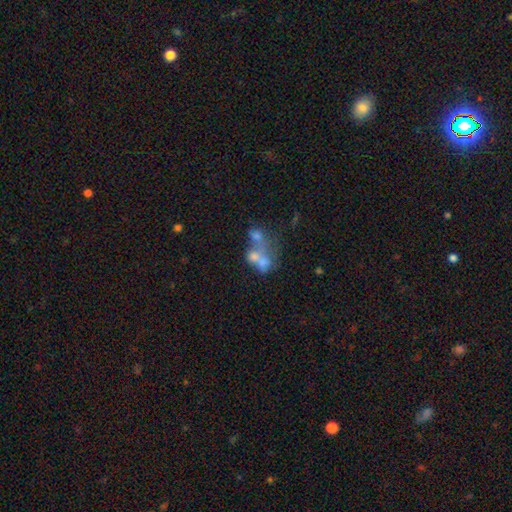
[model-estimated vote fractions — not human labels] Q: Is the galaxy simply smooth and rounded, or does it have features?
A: smooth — 42%.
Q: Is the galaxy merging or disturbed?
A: merger — 58%.